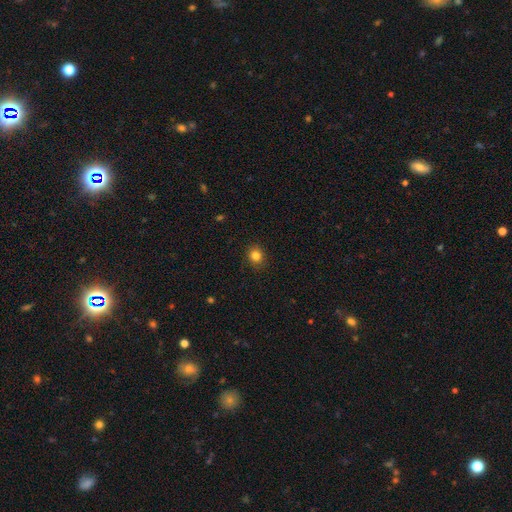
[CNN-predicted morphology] smooth 83%, star or artifact 12%, featured or disk 5%. Down the decision tree: how rounded — round (79%); merging — none (89%).